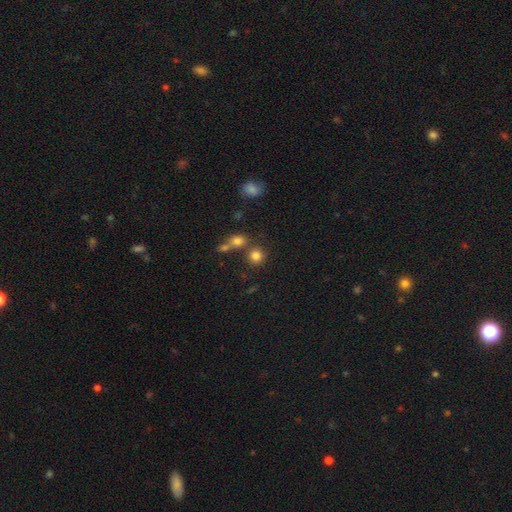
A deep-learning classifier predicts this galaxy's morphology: smooth_or_featured: smooth (p=0.80) [alt: star or artifact p=0.13]
how_rounded: round (p=0.87) [alt: in between p=0.12]
merging: none (p=0.69) [alt: merger p=0.18]